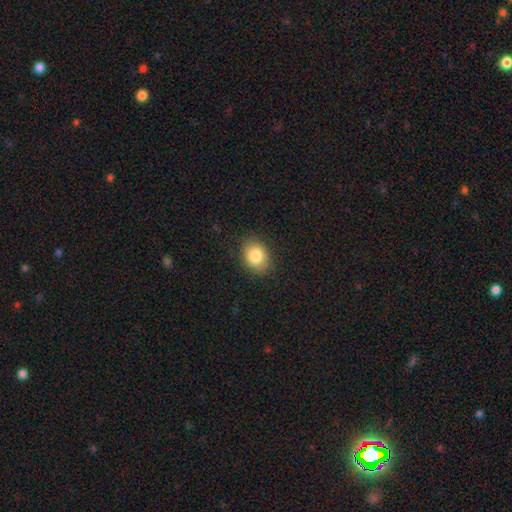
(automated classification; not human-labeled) A smooth galaxy with no disk features (83%) that is in between round and cigar-shaped (59%). Merging: none (85%).